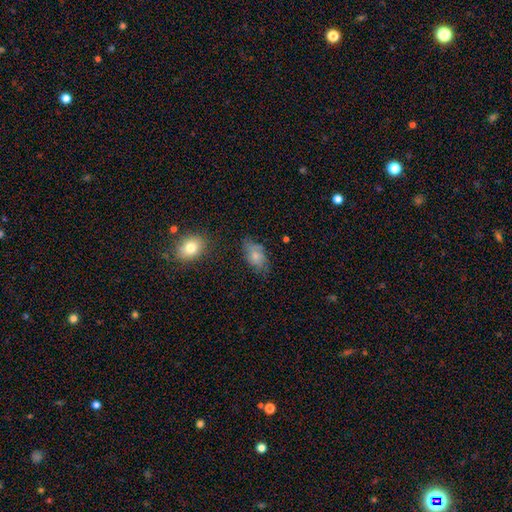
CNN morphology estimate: type=smooth (68%); roundness=in between (90%); merging=none (59%).